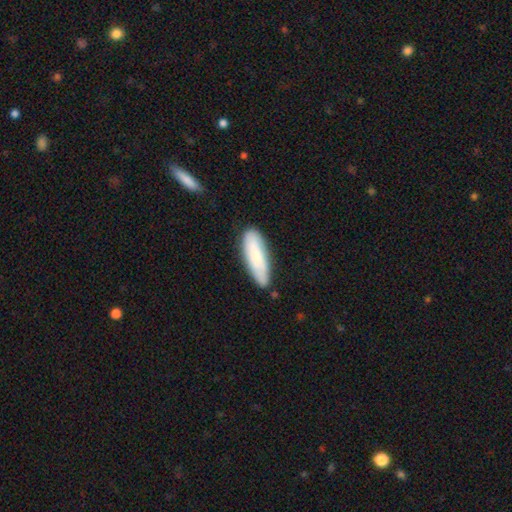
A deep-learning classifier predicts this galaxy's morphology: Smooth or featured? Predicted: smooth (p=0.75). How rounded? Predicted: cigar-shaped (p=0.50). Merging? Predicted: none (p=0.78).